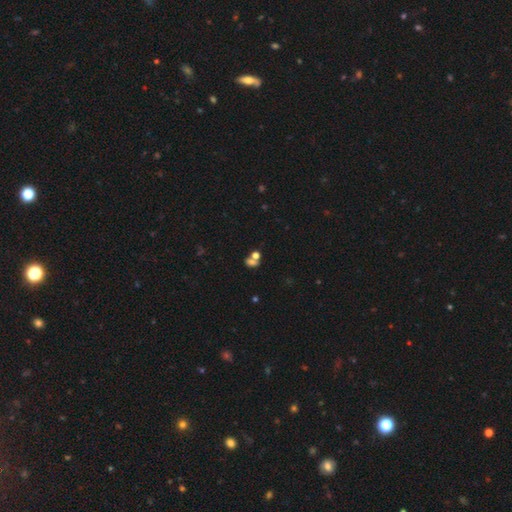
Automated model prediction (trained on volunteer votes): Morphology: type=smooth (59%); roundness=round (51%); merging=merger (43%).